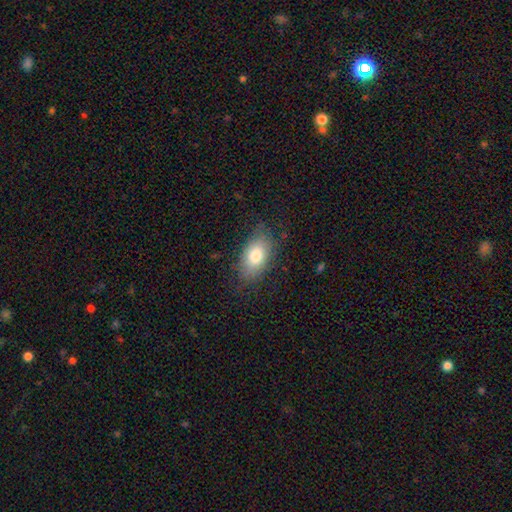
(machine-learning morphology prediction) A smooth galaxy with no disk features (78%) that is in between round and cigar-shaped (90%). Merging: none (77%).